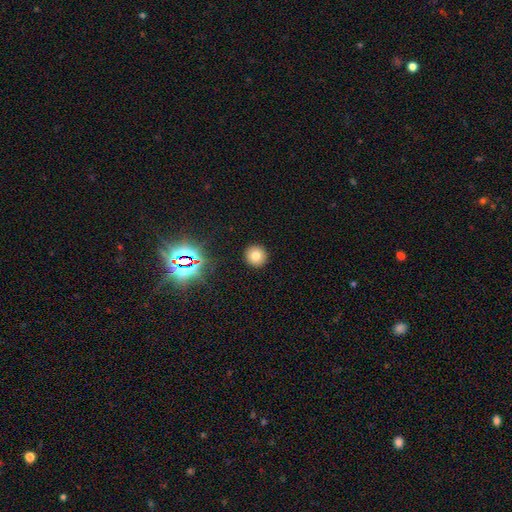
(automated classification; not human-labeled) smooth 74%, star or artifact 16%, featured or disk 9%. Down the decision tree: how rounded — round (94%); merging — none (92%).